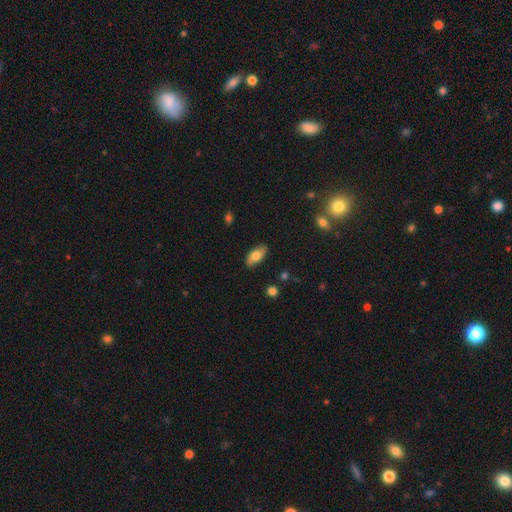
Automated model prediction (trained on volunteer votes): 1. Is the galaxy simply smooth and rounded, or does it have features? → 69% smooth, 24% featured or disk, 6% star or artifact.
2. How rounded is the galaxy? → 86% in between, 10% cigar-shaped, 3% round.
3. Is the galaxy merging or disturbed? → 84% none, 12% minor disturbance, 2% major disturbance, 1% merger.